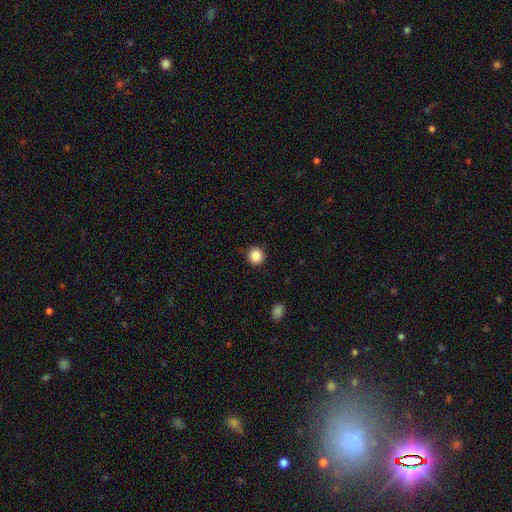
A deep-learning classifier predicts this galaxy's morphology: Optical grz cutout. It shows a smooth galaxy with no disk features (86%) that is round (94%). Merging: none (92%).